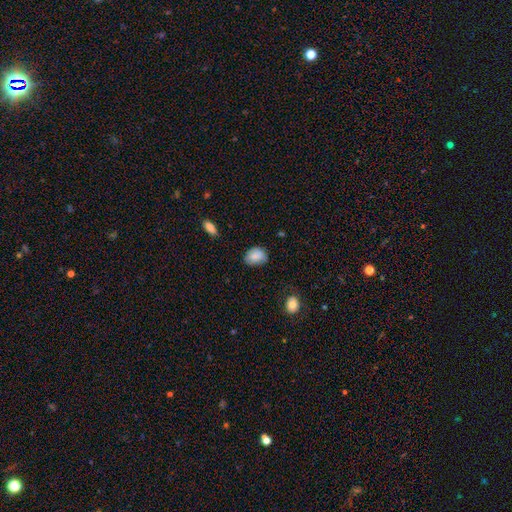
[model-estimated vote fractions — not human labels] Overall: smooth (83%). How rounded: in between (65%; round 34%). Merging: none (66%; minor disturbance 27%).